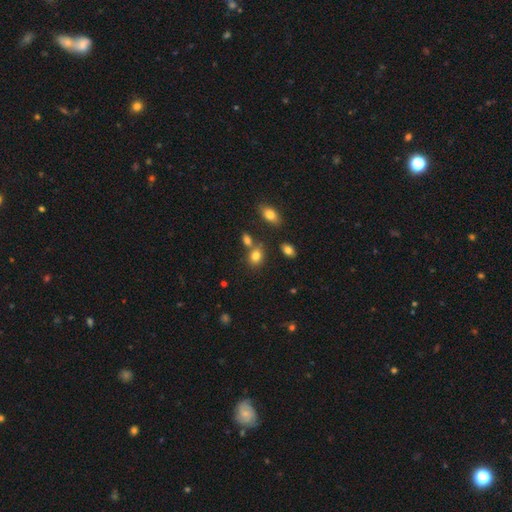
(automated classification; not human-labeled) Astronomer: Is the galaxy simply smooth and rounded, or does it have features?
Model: smooth — 80%.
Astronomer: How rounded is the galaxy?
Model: in between — 57% (runner-up: round, 42%).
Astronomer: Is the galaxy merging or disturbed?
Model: none — 62%.